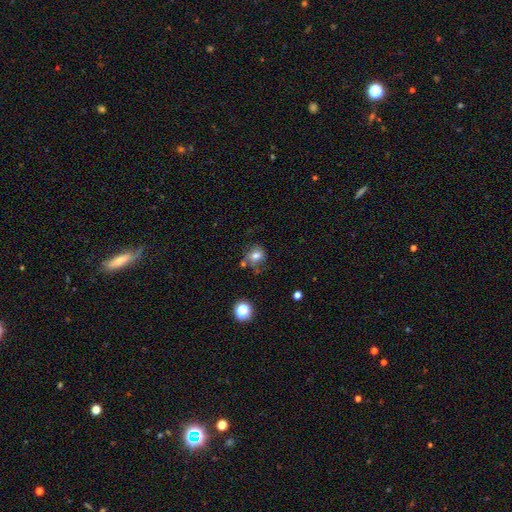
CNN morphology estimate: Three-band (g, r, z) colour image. It shows a smooth galaxy with no disk features (73%) that is round (71%). Merging: none (57%).